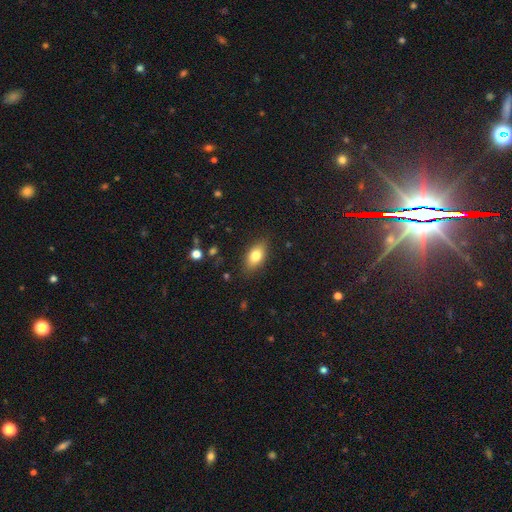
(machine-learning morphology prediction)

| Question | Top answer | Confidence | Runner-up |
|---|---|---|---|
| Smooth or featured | smooth | 78% | featured or disk (14%) |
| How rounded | in between | 86% | cigar-shaped (7%) |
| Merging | none | 86% | minor disturbance (11%) |